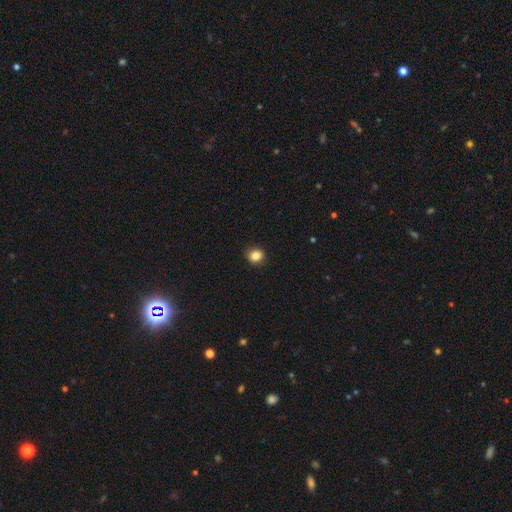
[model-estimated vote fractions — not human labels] This is clearly a smooth galaxy (85%). How rounded: likely round (72%). Merging: clearly none (90%).